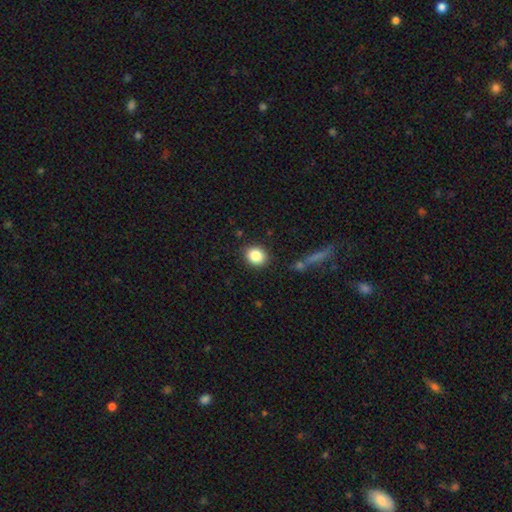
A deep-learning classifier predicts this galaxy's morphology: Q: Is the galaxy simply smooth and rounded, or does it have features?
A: smooth — 84%.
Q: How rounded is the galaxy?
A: round — 73%.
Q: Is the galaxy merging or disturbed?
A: none — 88%.